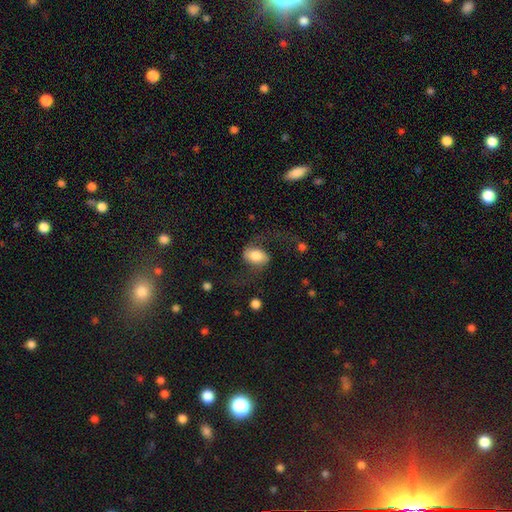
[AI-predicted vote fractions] This is possibly a featured or disk galaxy (49%). Merging: possibly none (56%).